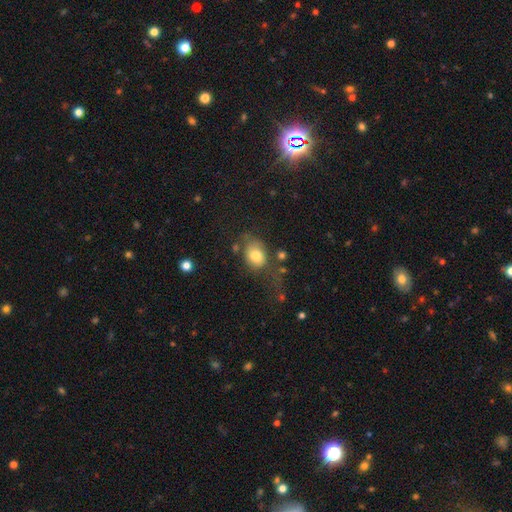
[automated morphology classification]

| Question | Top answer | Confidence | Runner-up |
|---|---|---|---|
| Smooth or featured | smooth | 77% | featured or disk (13%) |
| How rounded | in between | 62% | round (36%) |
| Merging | none | 50% | minor disturbance (25%) |